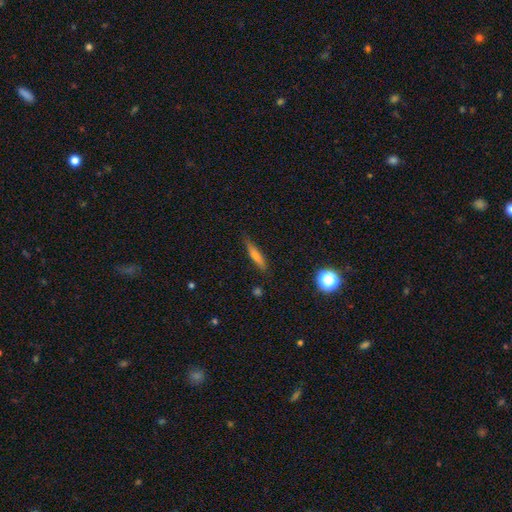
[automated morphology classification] Smooth or featured? Predicted: smooth (p=0.58). How rounded? Predicted: cigar-shaped (p=0.86). Merging? Predicted: none (p=0.86).